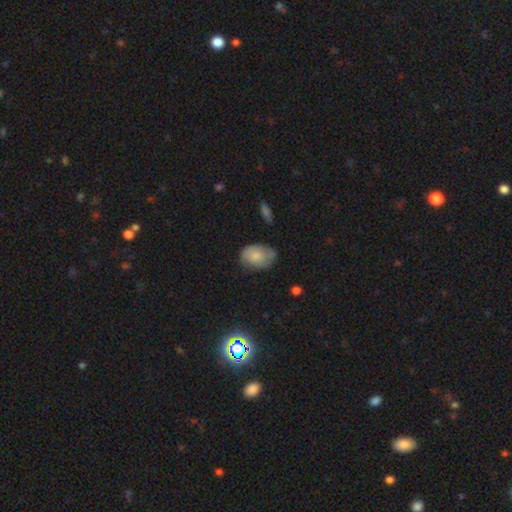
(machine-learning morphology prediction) Smooth or featured? Predicted: smooth (p=0.75). How rounded? Predicted: in between (p=0.83). Merging? Predicted: none (p=0.63).